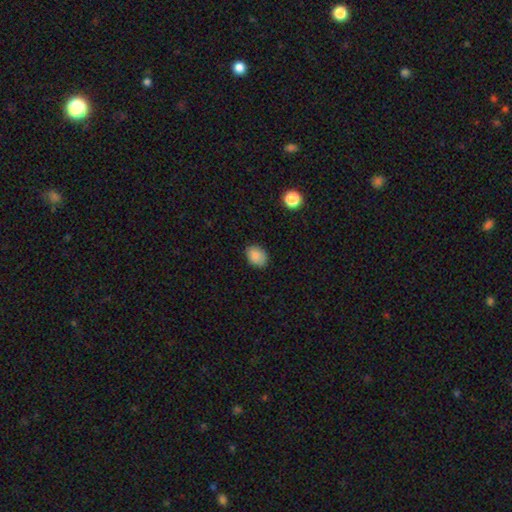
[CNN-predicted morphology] smooth_or_featured: smooth (p=0.86) [alt: star or artifact p=0.09]
how_rounded: in between (p=0.73) [alt: round p=0.26]
merging: none (p=0.84) [alt: minor disturbance p=0.12]